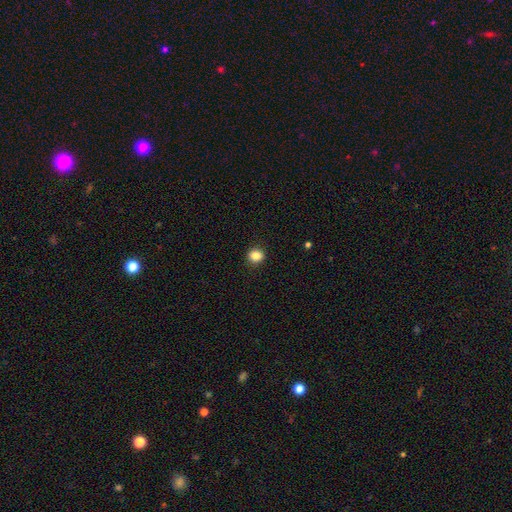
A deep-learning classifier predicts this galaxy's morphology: The model was most divided on "how rounded": round: 76%, in between: 23%, cigar-shaped: 1%. More confident: merging — none (89%); smooth or featured — smooth (86%).